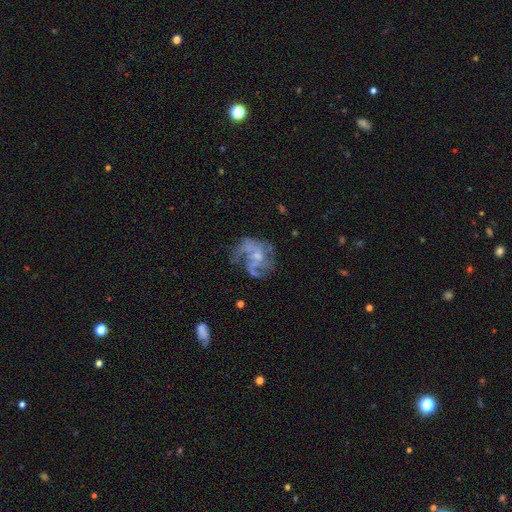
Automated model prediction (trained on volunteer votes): smooth_or_featured: featured or disk (p=0.72) [alt: smooth p=0.18]
disk_edge_on: no (p=0.98) [alt: yes p=0.02]
bar: no (p=0.68) [alt: weak p=0.28]
has_spiral_arms: yes (p=0.69) [alt: no p=0.31]
bulge_size: small (p=0.45) [alt: moderate p=0.26]
merging: none (p=0.42) [alt: major disturbance p=0.34]